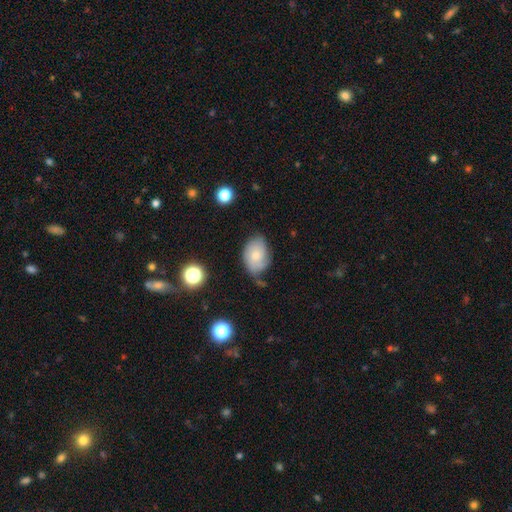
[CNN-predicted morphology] This appears to be a smooth galaxy with no disk features (62%) that is in between round and cigar-shaped (80%). Merging: none (46%).